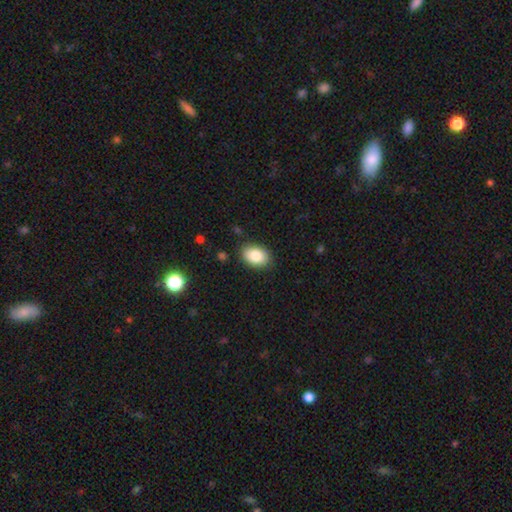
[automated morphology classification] type=smooth (84%); roundness=in between (81%); merging=none (86%).